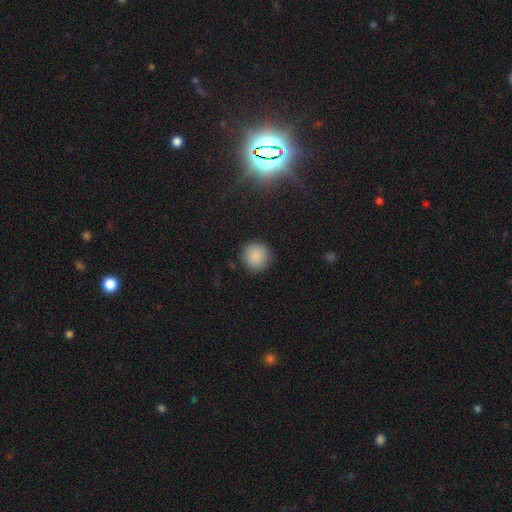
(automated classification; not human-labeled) Smooth or featured? smooth (88%)
How rounded? round (95%)
Merging? none (89%)